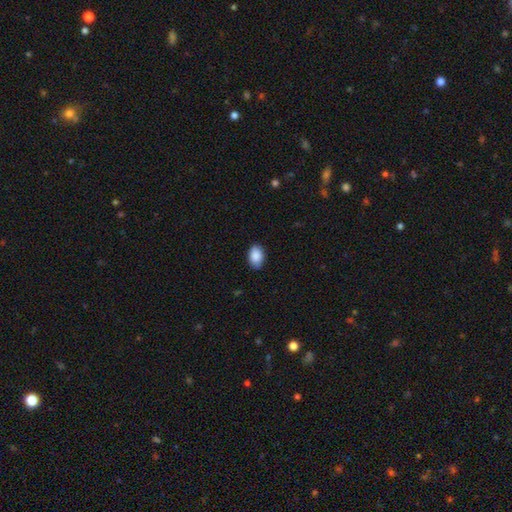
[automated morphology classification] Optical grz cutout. It shows a smooth galaxy with no disk features (89%) that is in between round and cigar-shaped (87%). Merging: none (84%).